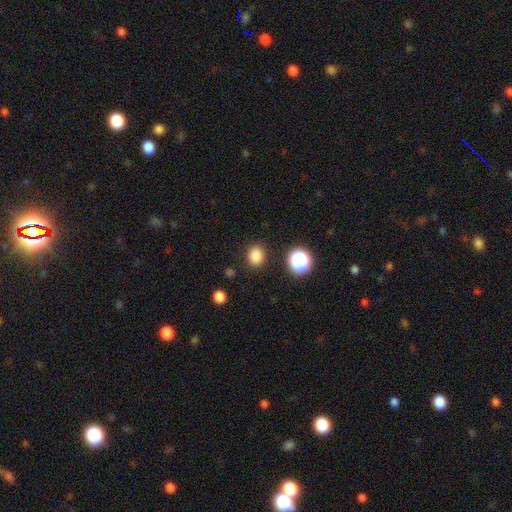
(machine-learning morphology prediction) Smooth or featured? smooth (83%)
How rounded? round (64%)
Merging? none (88%)